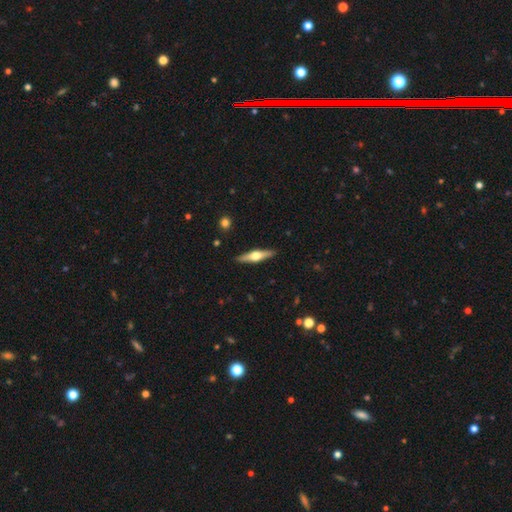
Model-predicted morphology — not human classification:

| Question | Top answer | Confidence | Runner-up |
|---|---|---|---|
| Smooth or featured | featured or disk | 65% | smooth (30%) |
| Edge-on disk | yes | 96% | no (4%) |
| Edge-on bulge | rounded | 95% | boxy (3%) |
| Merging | none | 91% | minor disturbance (6%) |